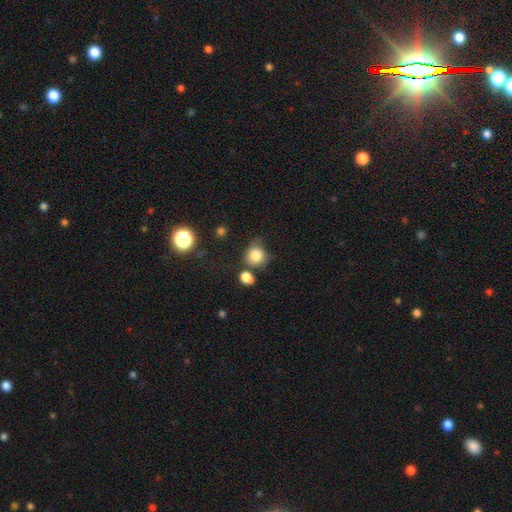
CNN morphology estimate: This appears to be a smooth galaxy with no disk features (81%) that is round (81%). Merging: none (55%).